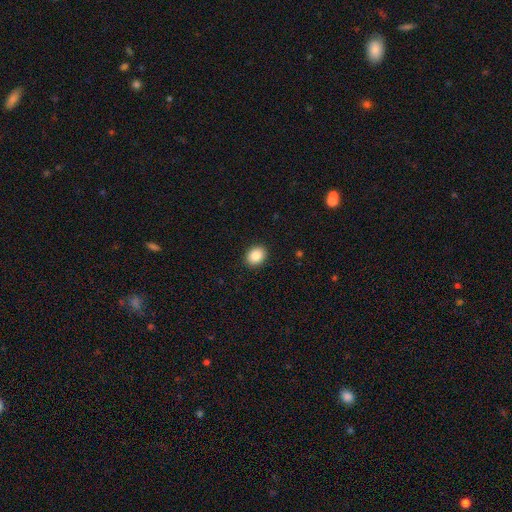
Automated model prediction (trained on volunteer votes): This is clearly a smooth galaxy (86%). How rounded: possibly in between (50%). Merging: clearly none (91%).